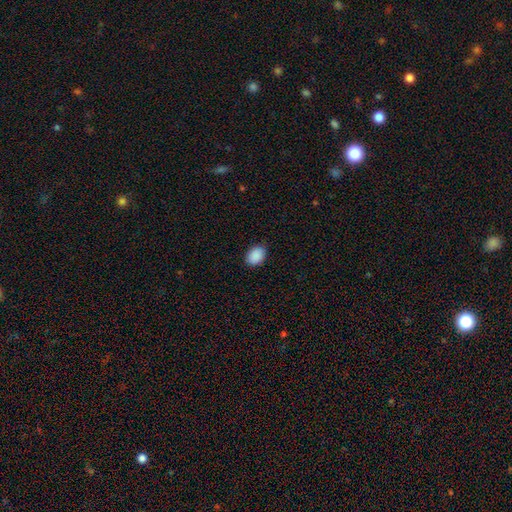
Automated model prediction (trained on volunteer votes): Overall: smooth (91%). How rounded: in between (78%). Merging: none (87%).